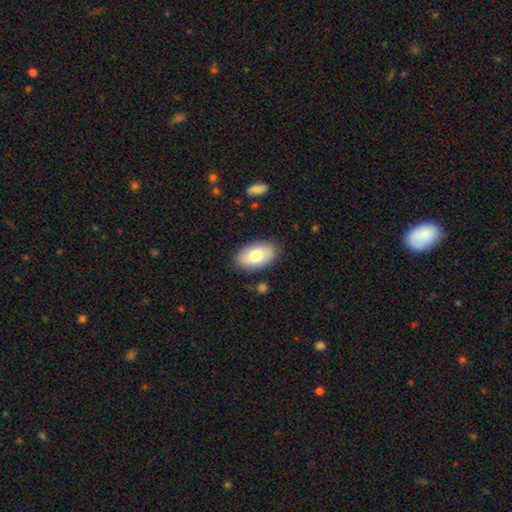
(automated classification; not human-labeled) This appears to be a smooth galaxy with no disk features (77%) that is in between round and cigar-shaped (94%). Merging: none (85%).